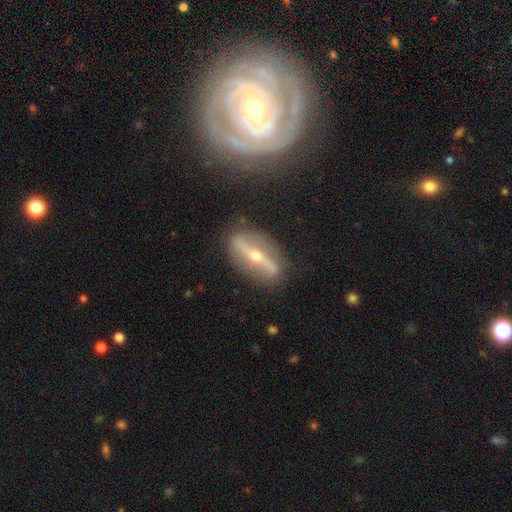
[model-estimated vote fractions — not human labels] Smooth or featured? featured or disk (83%)
Edge-on disk? no (76%)
Bar? strong (73%)
Spiral arms? yes (76%)
Bulge size? small (52%)
Merging? none (81%)